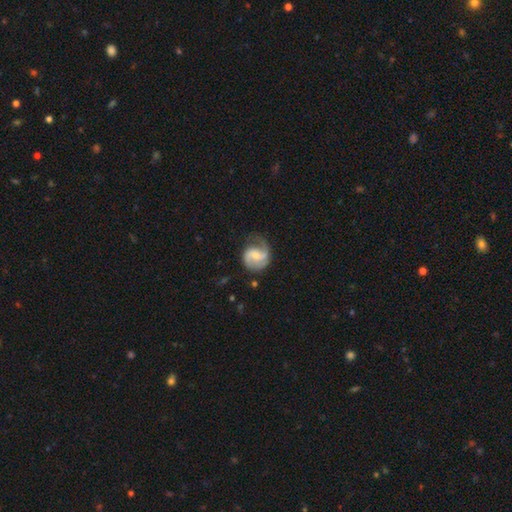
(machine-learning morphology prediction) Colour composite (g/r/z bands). It shows a featured or disk galaxy (78%) with a weak bar (45%), 2 (72%) medium (48%) spiral arms (95%) and a moderate central bulge (47%). Merging: none (60%).